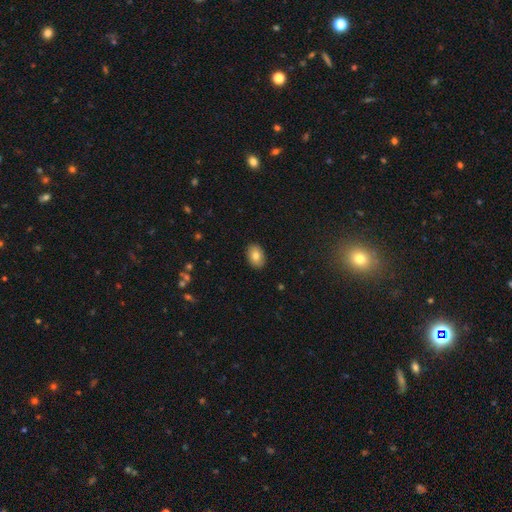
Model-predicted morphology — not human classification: smooth-or-featured: smooth: 81% | featured or disk: 11% | star or artifact: 8%
  how-rounded: in between: 84% | round: 15% | cigar-shaped: 1%
  merging: none: 89% | minor disturbance: 8% | major disturbance: 2% | merger: 1%